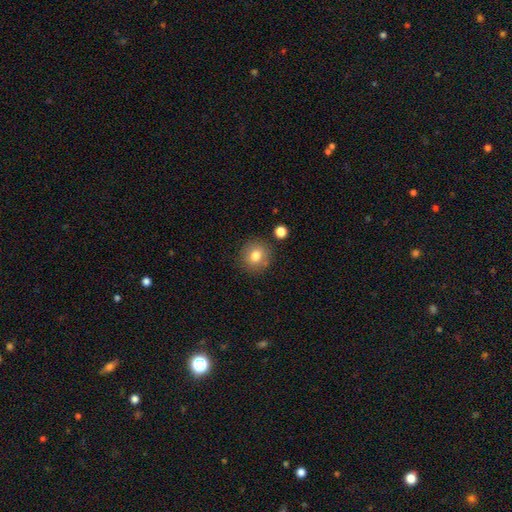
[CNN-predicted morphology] This is likely a smooth galaxy (78%). How rounded: clearly round (90%). Merging: clearly none (84%).